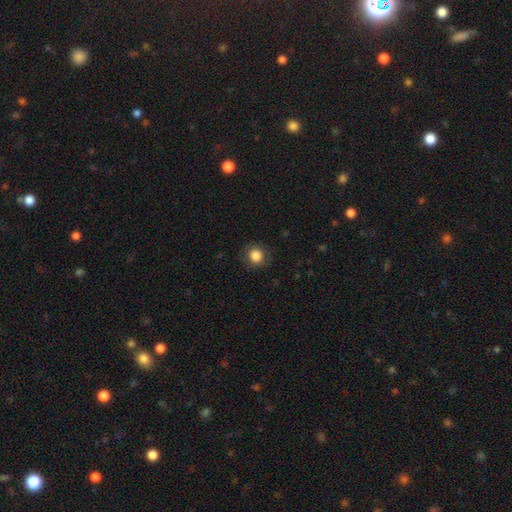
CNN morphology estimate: Smooth or featured? smooth (85%)
How rounded? round (86%)
Merging? none (85%)